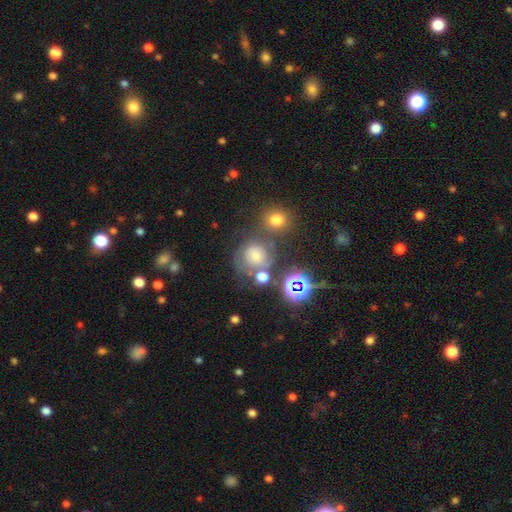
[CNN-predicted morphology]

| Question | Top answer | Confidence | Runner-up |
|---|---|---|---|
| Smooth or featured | smooth | 44% | star or artifact (30%) |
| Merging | none | 54% | merger (20%) |